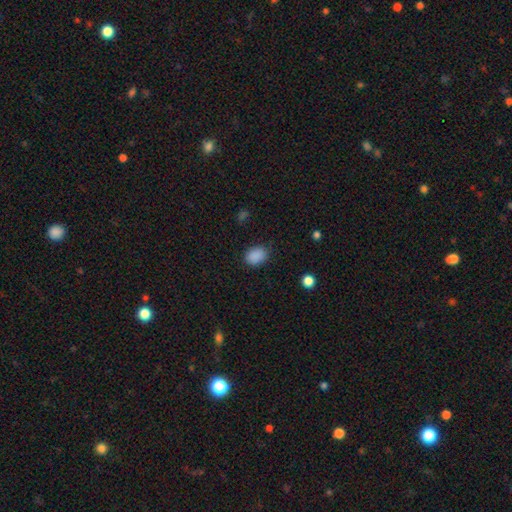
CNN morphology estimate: type=smooth (88%); roundness=in between (74%); merging=none (81%).